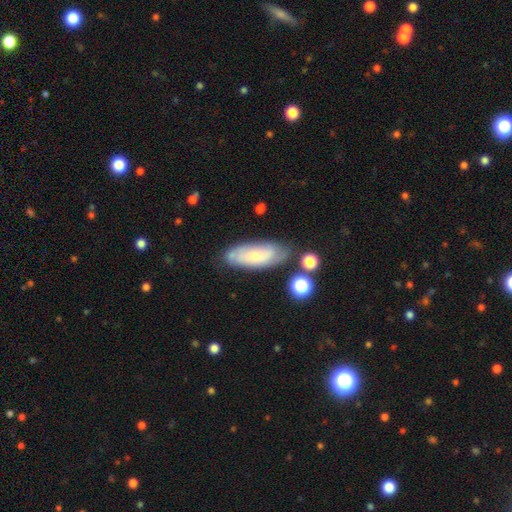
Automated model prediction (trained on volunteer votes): Smooth or featured: smooth — 49% (featured or disk — 43%)
Merging: none — 68% (minor disturbance — 21%)